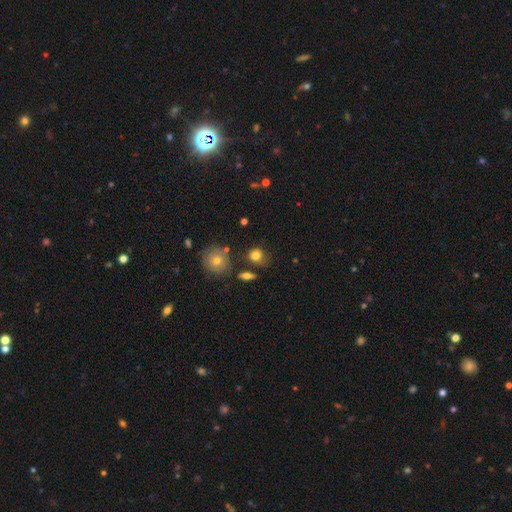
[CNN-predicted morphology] The model was most divided on "how rounded": round: 71%, in between: 27%, cigar-shaped: 2%. More confident: smooth or featured — smooth (78%); merging — none (67%).